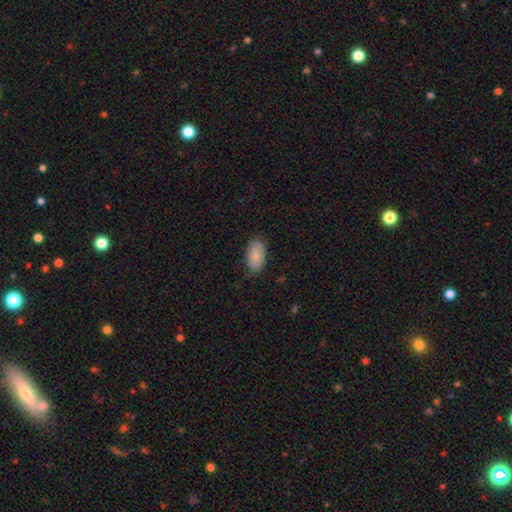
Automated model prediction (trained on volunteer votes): smooth_or_featured: smooth (p=0.86) [alt: featured or disk p=0.07]
how_rounded: in between (p=0.95) [alt: round p=0.03]
merging: none (p=0.82) [alt: minor disturbance p=0.14]